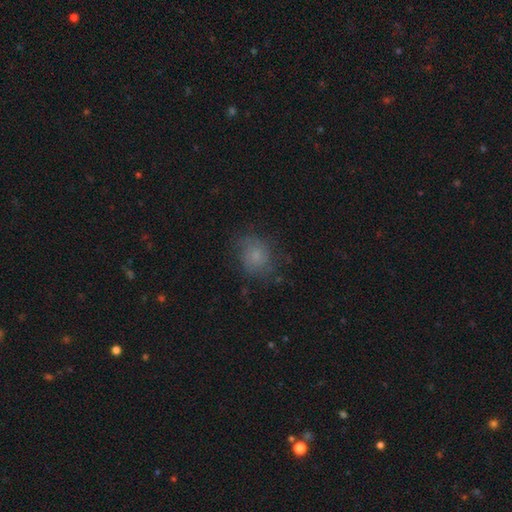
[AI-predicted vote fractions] Q: Smooth or featured?
A: smooth (59%); runner-up: featured or disk (26%)
Q: How rounded?
A: round (61%); runner-up: in between (38%)
Q: Merging?
A: none (68%); runner-up: minor disturbance (20%)